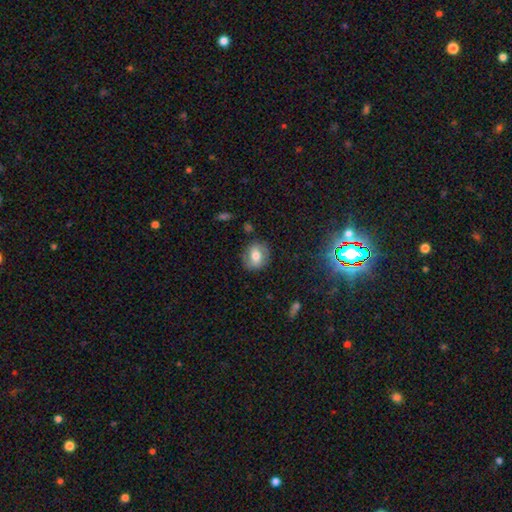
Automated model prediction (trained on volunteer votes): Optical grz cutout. It shows a smooth galaxy with no disk features (65%) that is round (63%). Merging: none (82%).